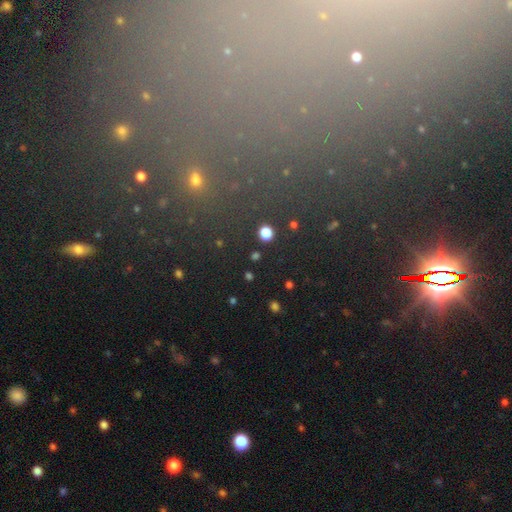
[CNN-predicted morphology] Smooth or featured? Predicted: star or artifact (p=0.44, tied with smooth).